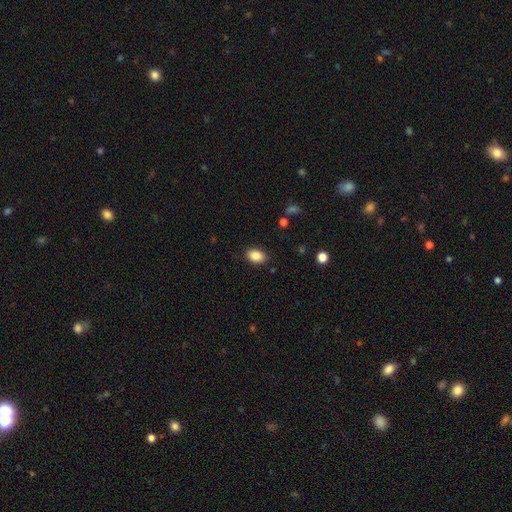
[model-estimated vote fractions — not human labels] smooth-or-featured: smooth: 87% | star or artifact: 8% | featured or disk: 4%
  how-rounded: in between: 82% | round: 17% | cigar-shaped: 1%
  merging: none: 86% | minor disturbance: 10% | major disturbance: 3% | merger: 1%